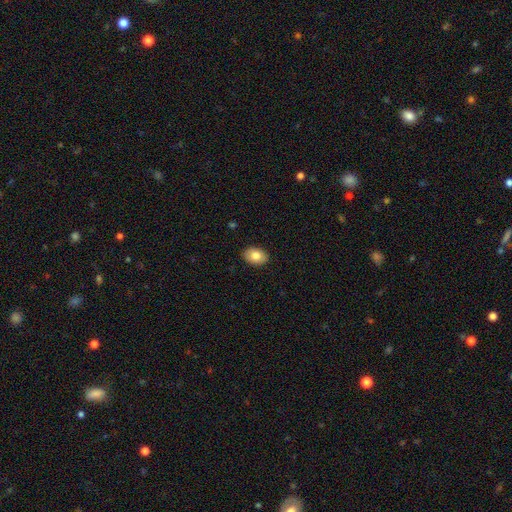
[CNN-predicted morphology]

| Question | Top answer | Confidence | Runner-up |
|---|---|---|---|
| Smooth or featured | smooth | 82% | featured or disk (10%) |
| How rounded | in between | 81% | round (18%) |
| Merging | none | 90% | minor disturbance (7%) |